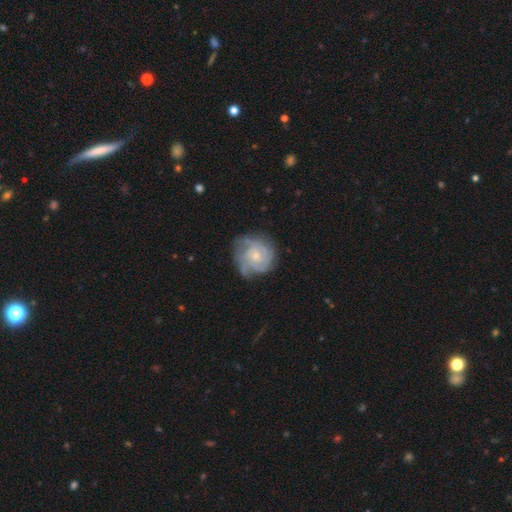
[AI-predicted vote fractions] This is clearly a featured or disk galaxy (81%). It is clearly not viewed edge-on (98%). Bar: likely no (75%). Spiral arm pattern: clearly yes (95%). Spiral arm count: marginally 3 (29%). Spiral winding: likely tight (67%). Central bulge: likely small (65%). Merging: likely none (68%).